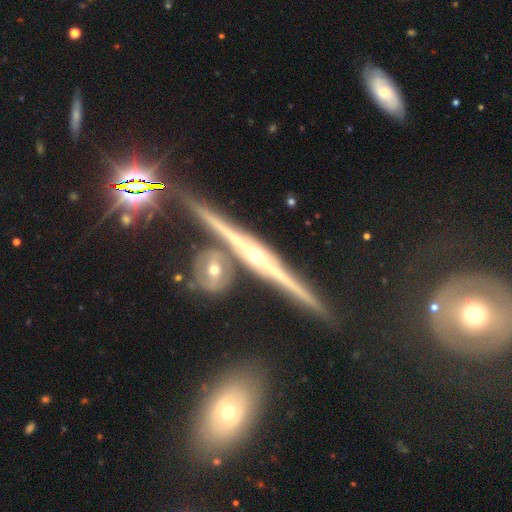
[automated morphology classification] Q: Smooth or featured?
A: featured or disk (83%); runner-up: star or artifact (9%)
Q: Edge-on disk?
A: yes (97%); runner-up: no (3%)
Q: Edge-on bulge?
A: rounded (82%); runner-up: none (11%)
Q: Merging?
A: none (78%); runner-up: minor disturbance (10%)